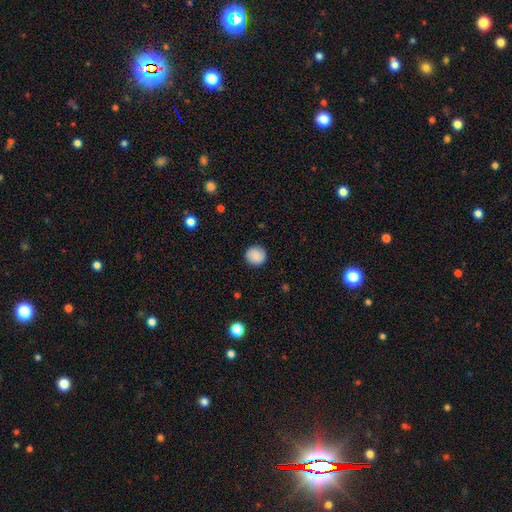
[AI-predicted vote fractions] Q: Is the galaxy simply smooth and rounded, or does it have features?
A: smooth — 86%.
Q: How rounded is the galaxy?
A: round — 93%.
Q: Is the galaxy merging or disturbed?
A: none — 90%.